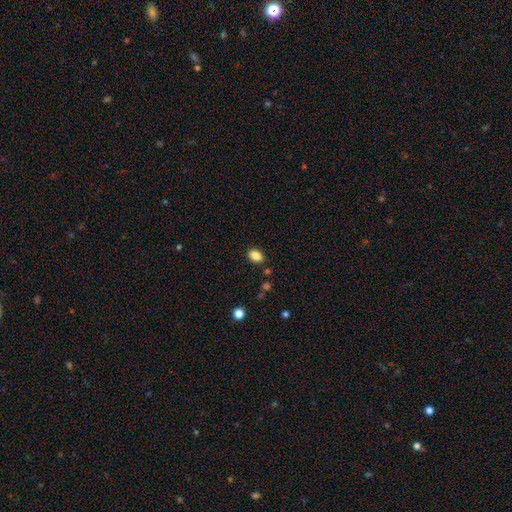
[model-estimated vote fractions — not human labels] smooth_or_featured: smooth (p=0.86) [alt: star or artifact p=0.10]
how_rounded: in between (p=0.76) [alt: round p=0.23]
merging: none (p=0.86) [alt: minor disturbance p=0.09]